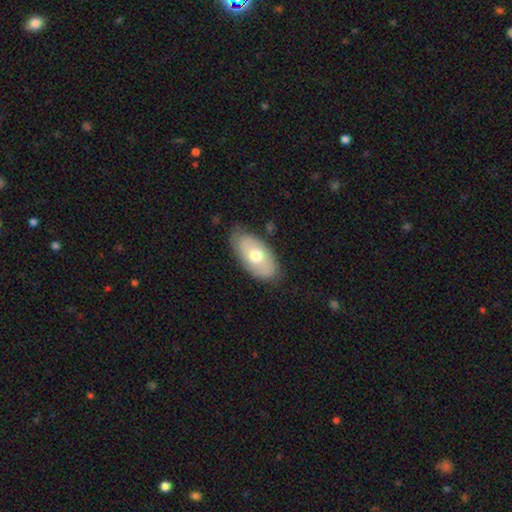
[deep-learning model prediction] This is possibly a smooth galaxy (55%). How rounded: clearly in between (93%). Merging: likely none (77%).